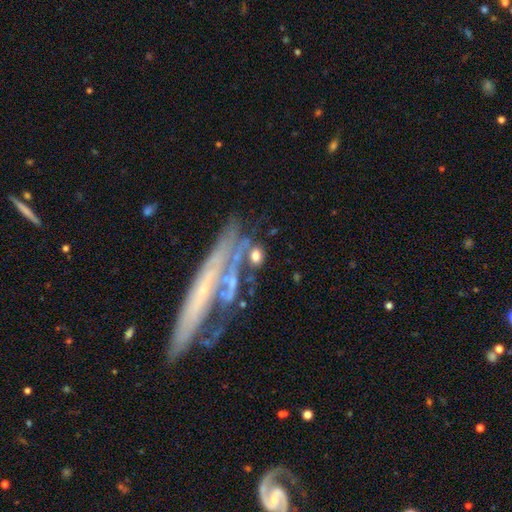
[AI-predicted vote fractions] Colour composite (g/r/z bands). It shows a smooth galaxy with no disk features (62%) that is round (60%). Merging: none (51%).